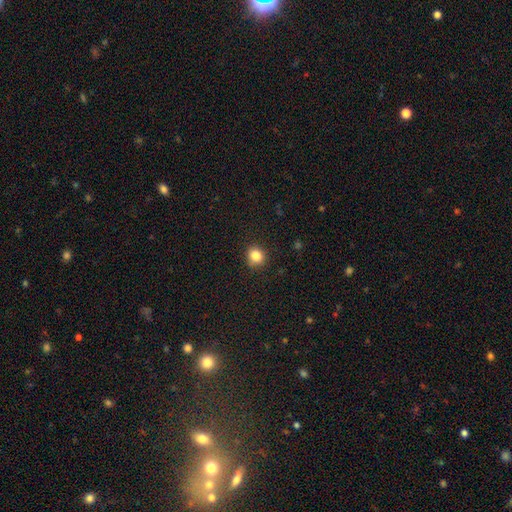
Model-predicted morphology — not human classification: Smooth or featured?
  - smooth: 85% *
  - star or artifact: 11%
  - featured or disk: 4%
How rounded?
  - round: 82% *
  - in between: 18%
  - cigar-shaped: 1%
Merging?
  - none: 87% *
  - minor disturbance: 9%
  - major disturbance: 2%
  - merger: 1%